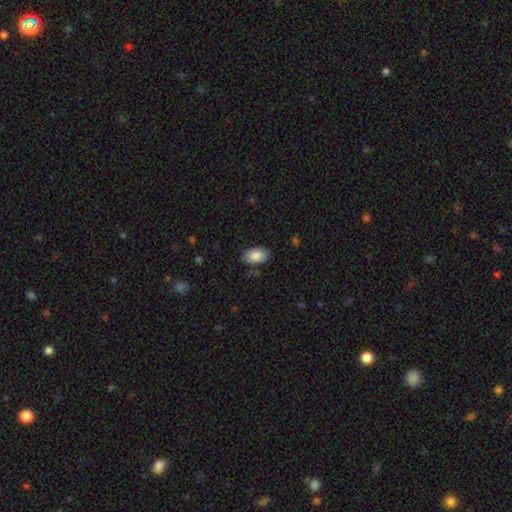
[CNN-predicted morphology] A smooth galaxy with no disk features (87%) that is in between round and cigar-shaped (94%). Merging: none (84%).